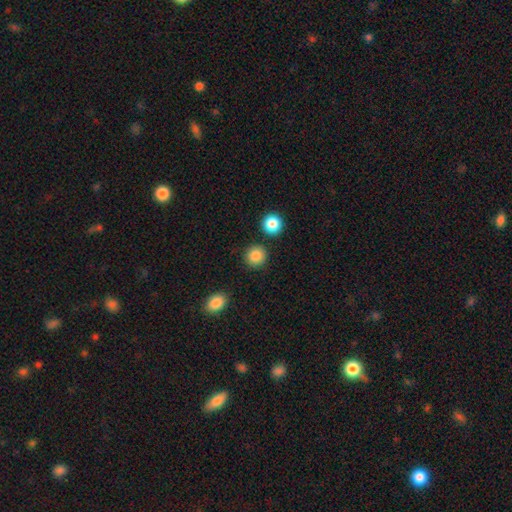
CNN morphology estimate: Overall: smooth (87%). How rounded: round (92%). Merging: none (89%).